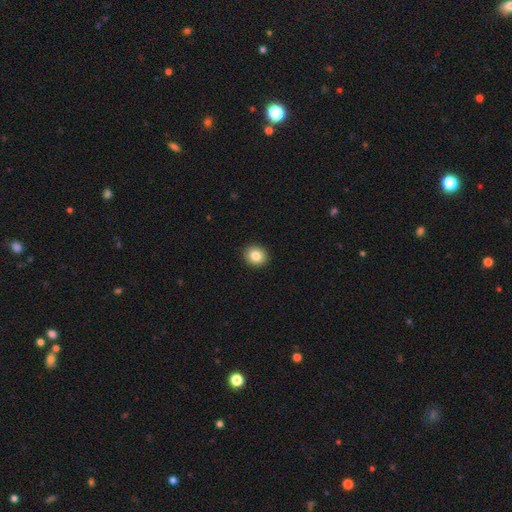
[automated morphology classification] The model was most divided on "how rounded": round: 78%, in between: 21%, cigar-shaped: 1%. More confident: merging — none (92%); smooth or featured — smooth (84%).